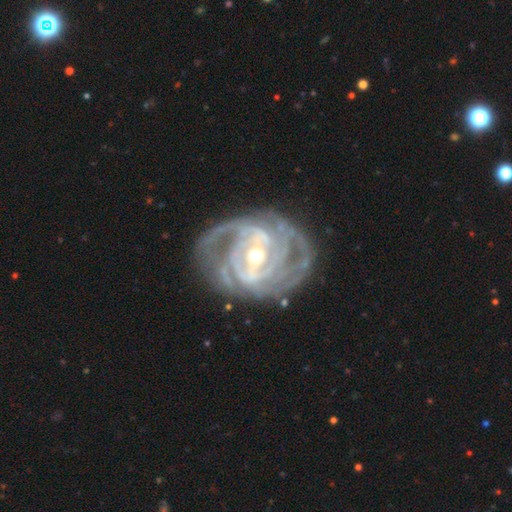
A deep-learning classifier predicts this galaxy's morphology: This appears to be a featured or disk galaxy (91%) with a weak bar (40%), tight (64%) spiral arms (97%) and a small central bulge (49%). Merging: none (70%).